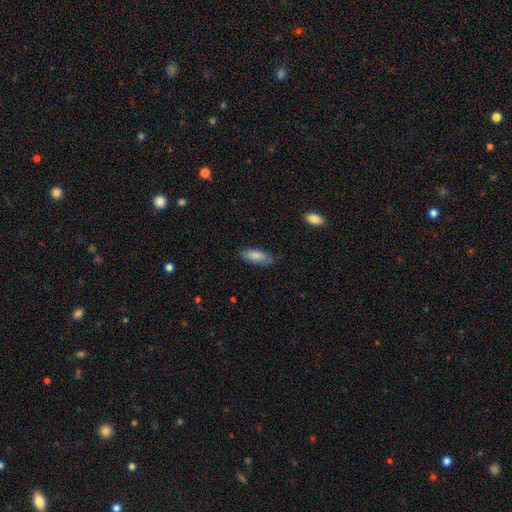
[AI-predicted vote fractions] Smooth or featured?
  - smooth: 83% *
  - featured or disk: 11%
  - star or artifact: 6%
How rounded?
  - in between: 72% *
  - cigar-shaped: 26%
  - round: 2%
Merging?
  - none: 77% *
  - minor disturbance: 18%
  - major disturbance: 3%
  - merger: 1%